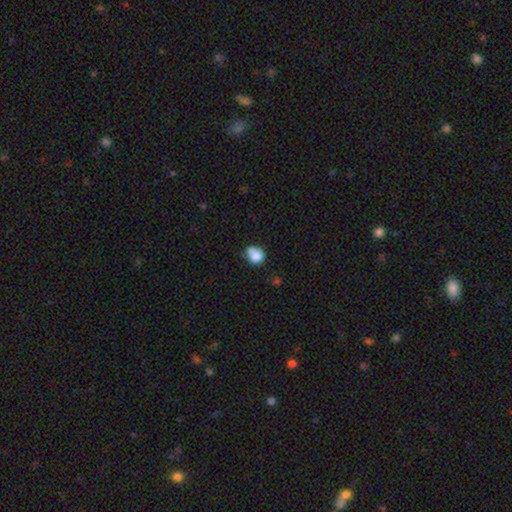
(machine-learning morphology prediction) Smooth or featured? smooth (77%)
How rounded? round (66%)
Merging? none (38%)